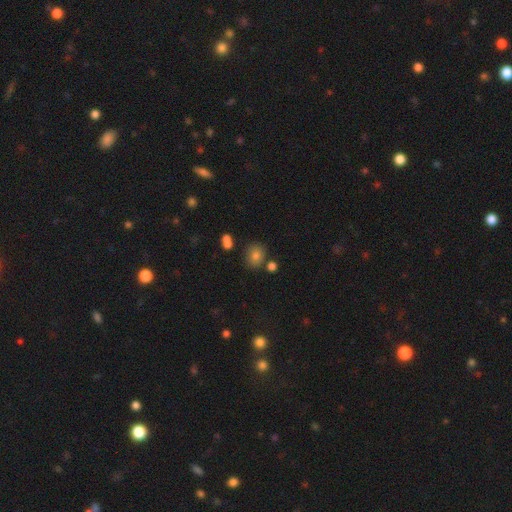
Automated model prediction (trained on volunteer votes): A smooth galaxy with no disk features (79%) that is round (59%).

Vote fractions:
- Smooth or featured? smooth: 79% / star or artifact: 13% / featured or disk: 9%
- How rounded? round: 59% / in between: 40% / cigar-shaped: 1%
- Merging? none: 73% / minor disturbance: 13% / merger: 10% / major disturbance: 4%